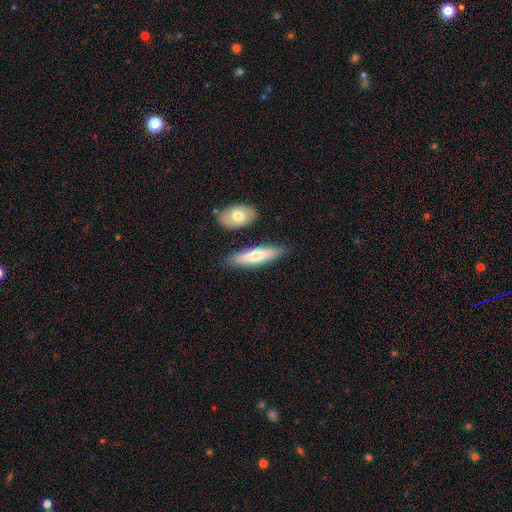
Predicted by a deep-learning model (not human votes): smooth 65%, featured or disk 29%, star or artifact 5%. Down the decision tree: how rounded — cigar-shaped (67%); merging — none (82%).